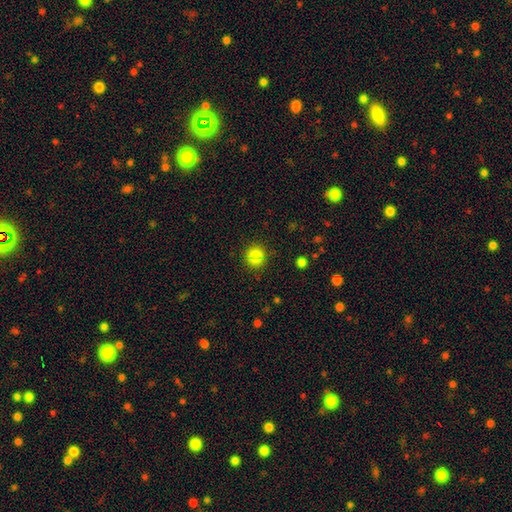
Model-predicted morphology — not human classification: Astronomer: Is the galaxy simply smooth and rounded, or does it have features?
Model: smooth — 79%.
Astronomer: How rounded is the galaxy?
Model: round — 86%.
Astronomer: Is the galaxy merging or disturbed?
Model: none — 78%.